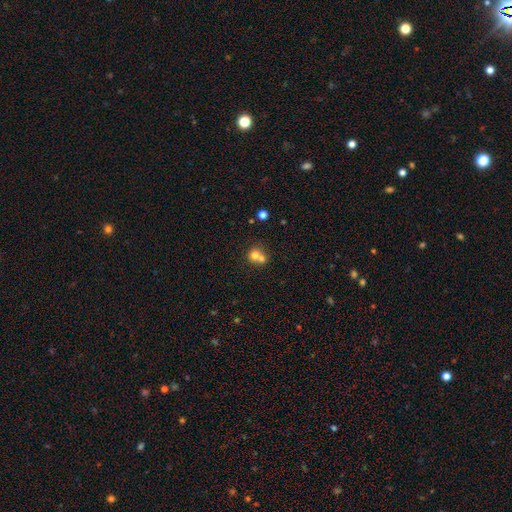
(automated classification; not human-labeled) Overall: smooth (69%). How rounded: round (81%). Merging: merger (60%; none 32%).